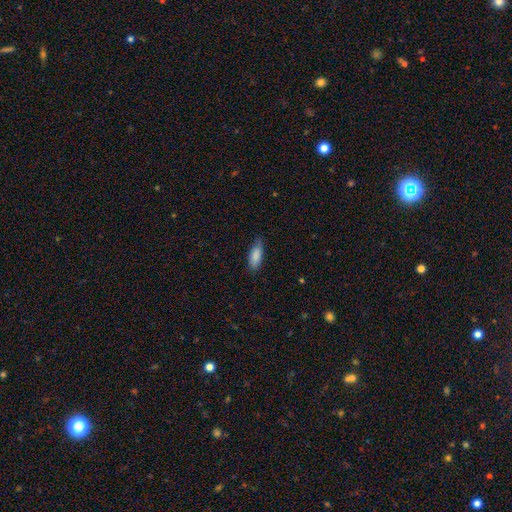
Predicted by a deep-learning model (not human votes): Smooth or featured? Predicted: smooth (p=0.86). How rounded? Predicted: in between (p=0.69). Merging? Predicted: none (p=0.76).